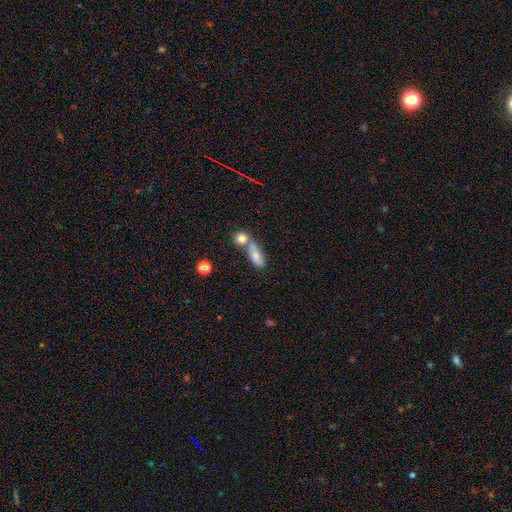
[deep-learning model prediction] Smooth or featured?
  - smooth: 74% *
  - featured or disk: 16%
  - star or artifact: 10%
How rounded?
  - in between: 71% *
  - cigar-shaped: 22%
  - round: 7%
Merging?
  - none: 46% *
  - merger: 37%
  - minor disturbance: 13%
  - major disturbance: 5%